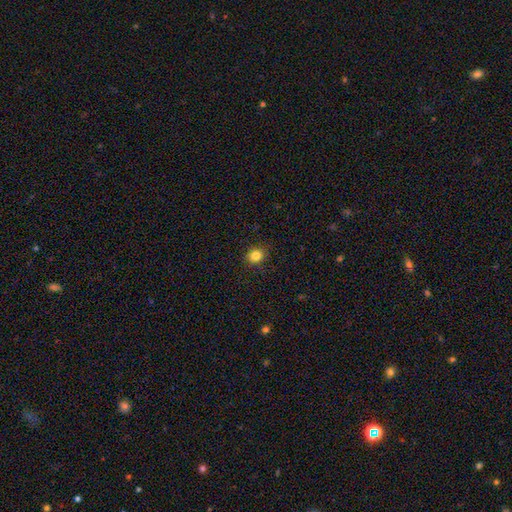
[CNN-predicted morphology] This is clearly a smooth galaxy (84%). How rounded: likely round (74%). Merging: clearly none (89%).